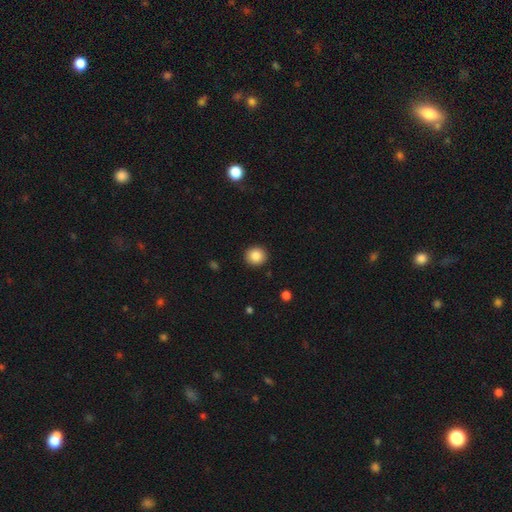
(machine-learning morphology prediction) Q: Smooth or featured?
A: smooth (86%); runner-up: star or artifact (9%)
Q: How rounded?
A: round (89%); runner-up: in between (10%)
Q: Merging?
A: none (92%); runner-up: minor disturbance (5%)